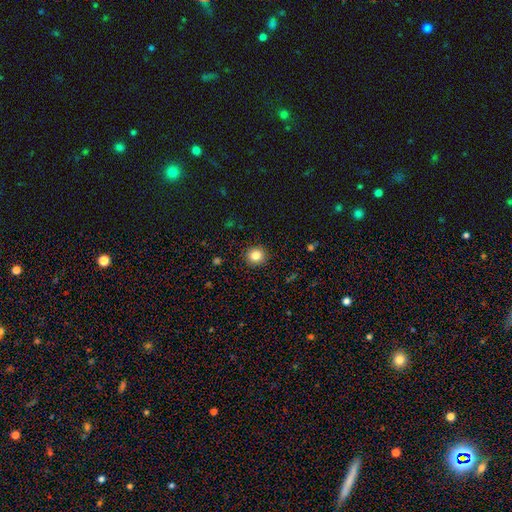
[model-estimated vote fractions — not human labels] Overall: smooth (83%). How rounded: round (90%). Merging: none (91%).